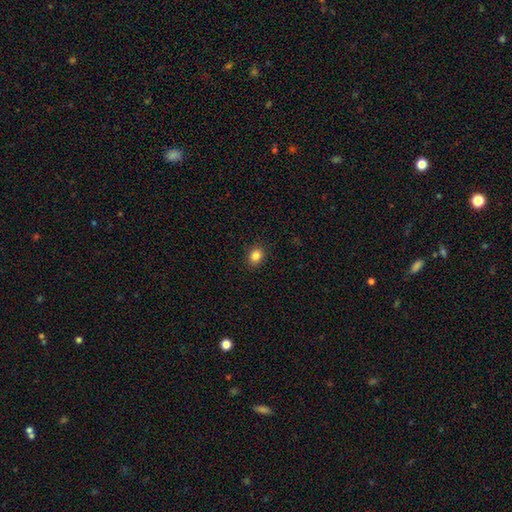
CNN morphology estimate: Overall: smooth (85%). How rounded: round (57%; in between 42%). Merging: none (90%).